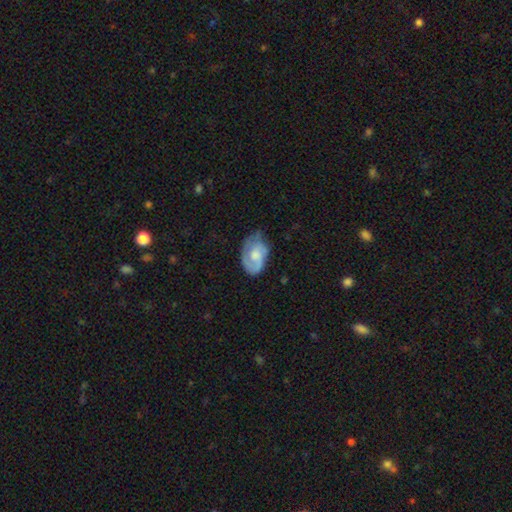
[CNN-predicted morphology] This appears to be a featured or disk galaxy (61%) with no bar (72%), spiral arms (85%) and a moderate central bulge (47%). Merging: none (49%).